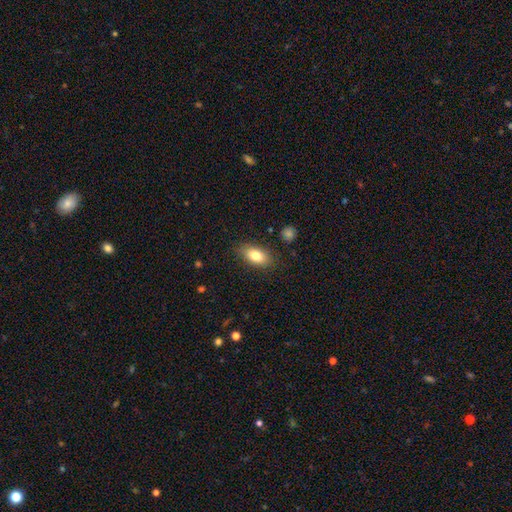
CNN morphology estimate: This appears to be a smooth galaxy with no disk features (80%) that is in between round and cigar-shaped (88%). Merging: none (83%).